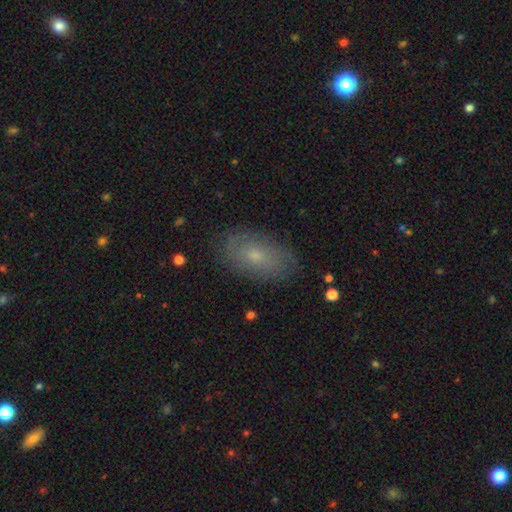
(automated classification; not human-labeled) This appears to be a smooth galaxy with no disk features (59%) that is in between round and cigar-shaped (91%). Merging: none (81%).